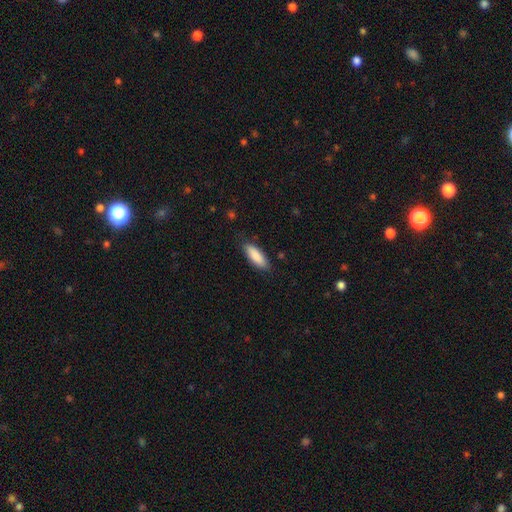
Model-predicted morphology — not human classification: type=smooth (88%); roundness=in between (65%); merging=none (83%).